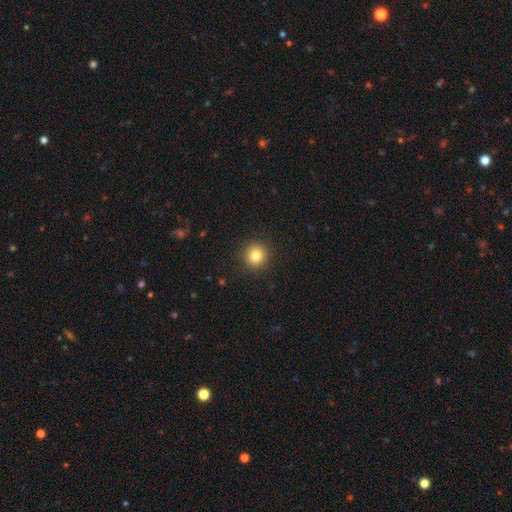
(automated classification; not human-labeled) Overall: smooth (82%). How rounded: round (94%). Merging: none (92%).